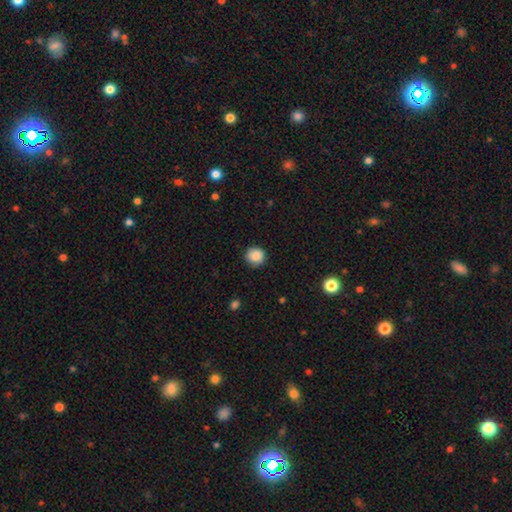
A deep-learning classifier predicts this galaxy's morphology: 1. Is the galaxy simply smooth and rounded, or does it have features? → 86% smooth, 9% star or artifact, 5% featured or disk.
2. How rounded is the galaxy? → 91% round, 8% in between, 1% cigar-shaped.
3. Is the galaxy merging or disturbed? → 85% none, 12% minor disturbance, 3% major disturbance, 1% merger.